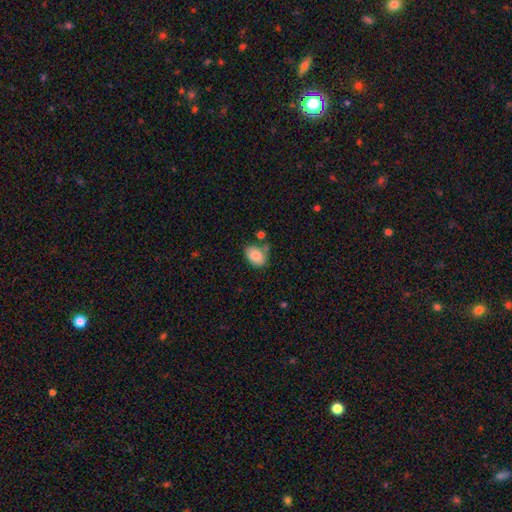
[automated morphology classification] A smooth galaxy with no disk features (84%) that is in between round and cigar-shaped (84%). Merging: none (60%).